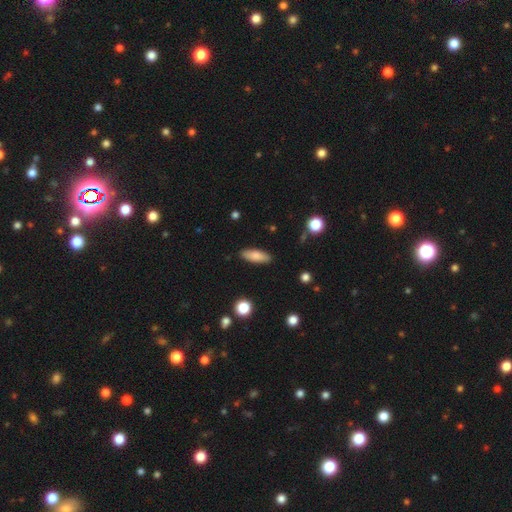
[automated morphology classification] type=smooth (80%); roundness=in between (60%); merging=none (88%).